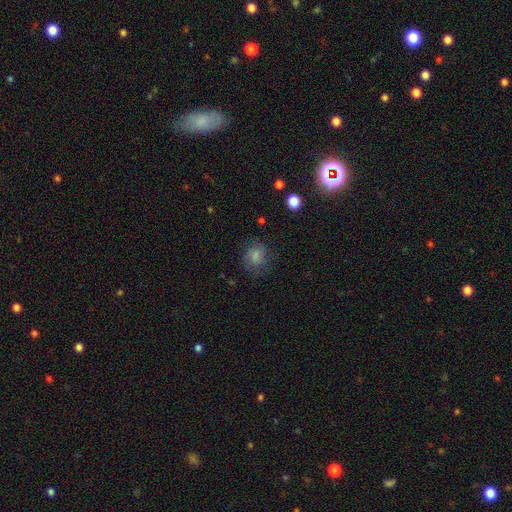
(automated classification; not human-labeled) Overall: smooth (70%). How rounded: round (69%; in between 30%). Merging: none (70%).